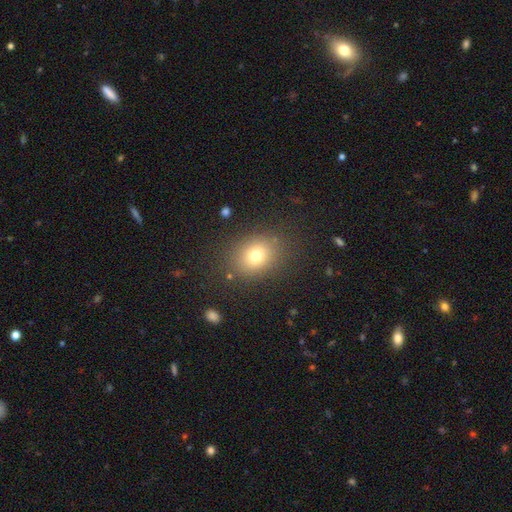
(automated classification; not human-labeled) smooth 76%, star or artifact 14%, featured or disk 11%. Down the decision tree: how rounded — in between (52%); merging — none (84%).